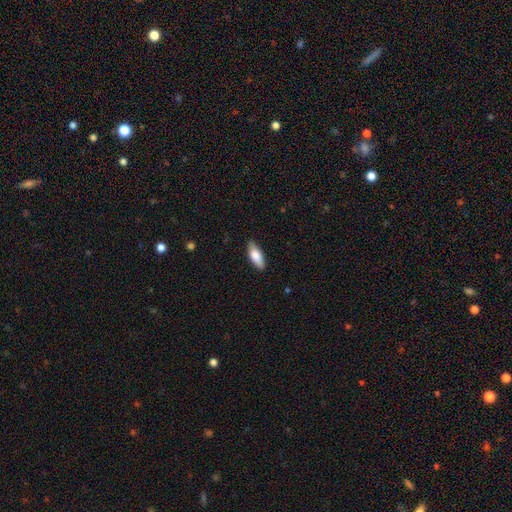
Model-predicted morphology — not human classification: type=smooth (81%); roundness=in between (74%); merging=none (85%).